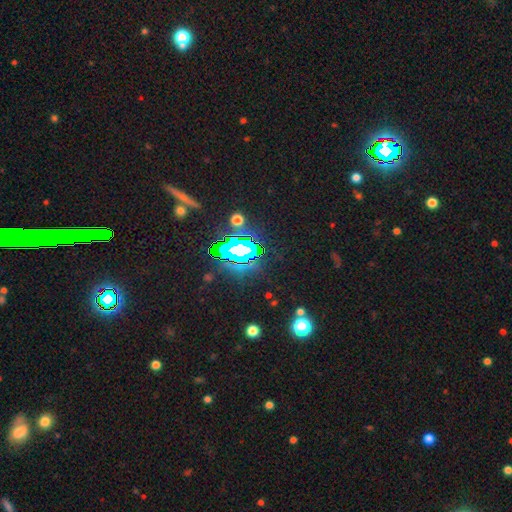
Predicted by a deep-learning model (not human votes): This appears to be a star or artifact, not a galaxy (81%).